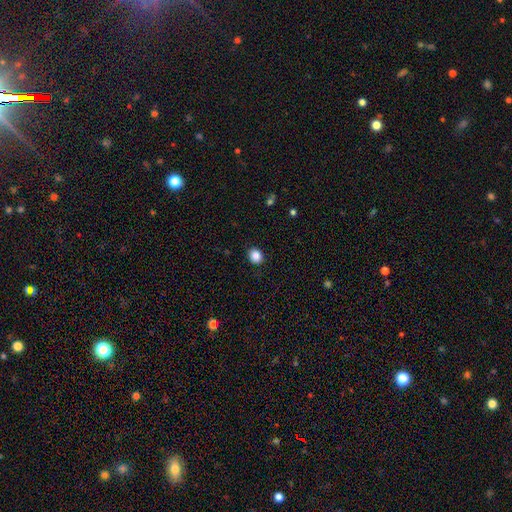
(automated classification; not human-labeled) Overall: smooth (87%). How rounded: round (65%; in between 34%). Merging: none (90%).